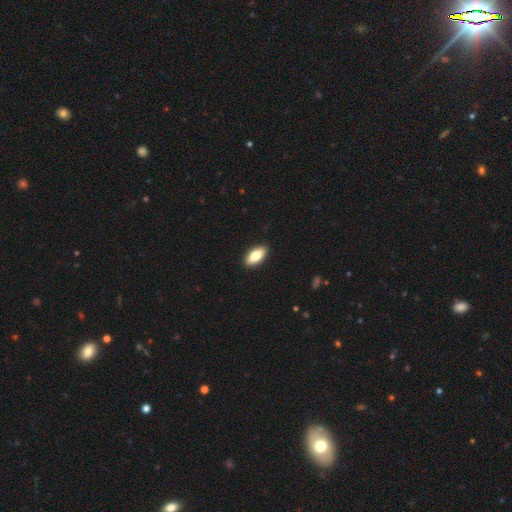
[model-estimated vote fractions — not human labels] A smooth galaxy with no disk features (80%) that is in between round and cigar-shaped (89%).

Vote fractions:
- Smooth or featured? smooth: 80% / featured or disk: 14% / star or artifact: 6%
- How rounded? in between: 89% / cigar-shaped: 8% / round: 3%
- Merging? none: 91% / minor disturbance: 7% / major disturbance: 2% / merger: 1%